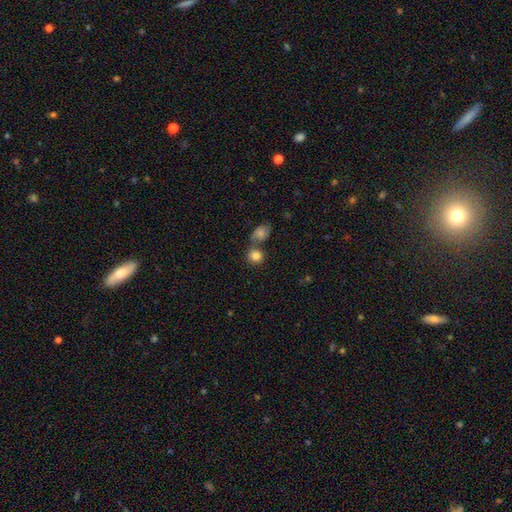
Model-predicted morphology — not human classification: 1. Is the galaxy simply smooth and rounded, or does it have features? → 83% smooth, 9% star or artifact, 8% featured or disk.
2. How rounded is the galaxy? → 82% round, 17% in between, 1% cigar-shaped.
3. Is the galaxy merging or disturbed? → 51% none, 37% merger, 9% minor disturbance, 3% major disturbance.